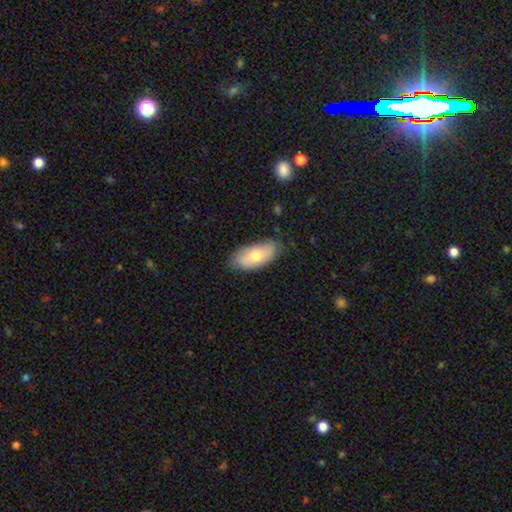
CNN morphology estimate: Smooth or featured?
  - smooth: 68% *
  - featured or disk: 25%
  - star or artifact: 6%
How rounded?
  - in between: 91% *
  - cigar-shaped: 6%
  - round: 3%
Merging?
  - none: 76% *
  - minor disturbance: 19%
  - major disturbance: 4%
  - merger: 1%